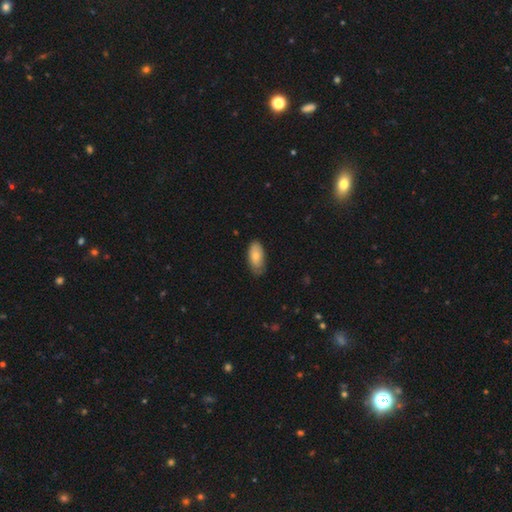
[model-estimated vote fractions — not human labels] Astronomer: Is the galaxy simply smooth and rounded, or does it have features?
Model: smooth — 75%.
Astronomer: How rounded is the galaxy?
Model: in between — 91%.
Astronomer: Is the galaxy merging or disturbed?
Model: none — 75%.